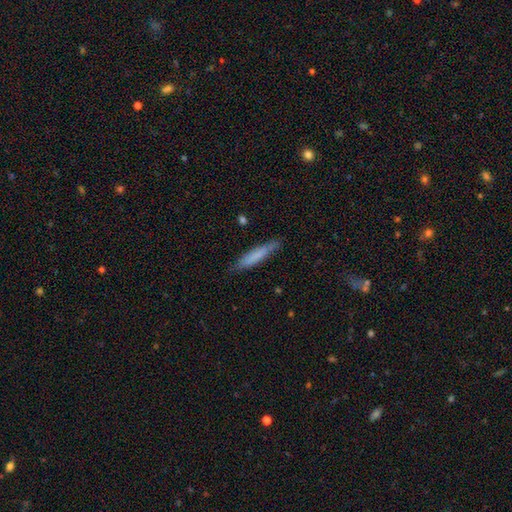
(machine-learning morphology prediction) Smooth or featured? Predicted: smooth (p=0.73). How rounded? Predicted: cigar-shaped (p=0.91). Merging? Predicted: none (p=0.81).